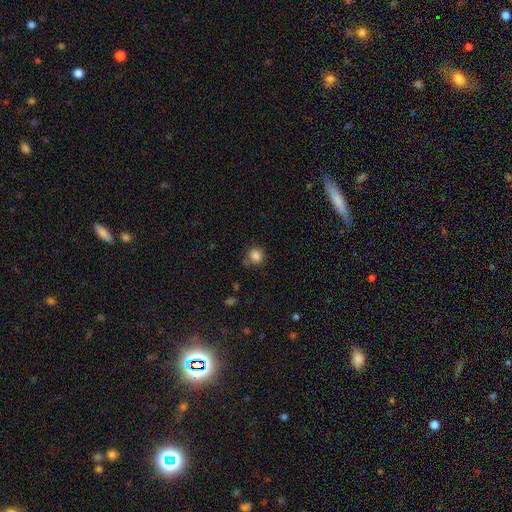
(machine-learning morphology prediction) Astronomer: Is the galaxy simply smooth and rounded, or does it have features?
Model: smooth — 85%.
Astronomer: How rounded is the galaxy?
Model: round — 89%.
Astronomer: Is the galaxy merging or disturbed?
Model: none — 76%.